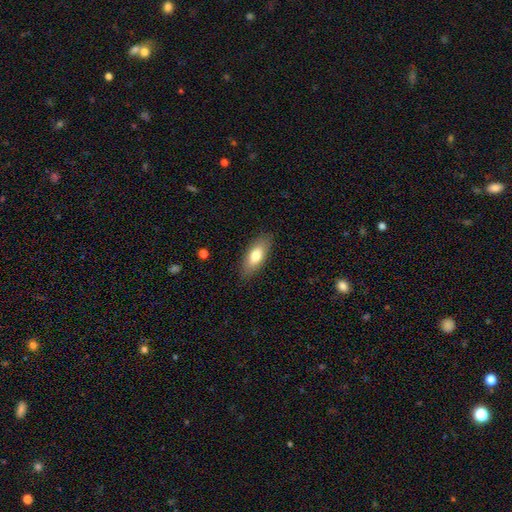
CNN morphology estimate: smooth-or-featured: smooth: 74% | featured or disk: 19% | star or artifact: 7%
  how-rounded: in between: 76% | cigar-shaped: 21% | round: 3%
  merging: none: 87% | minor disturbance: 10% | major disturbance: 2% | merger: 1%